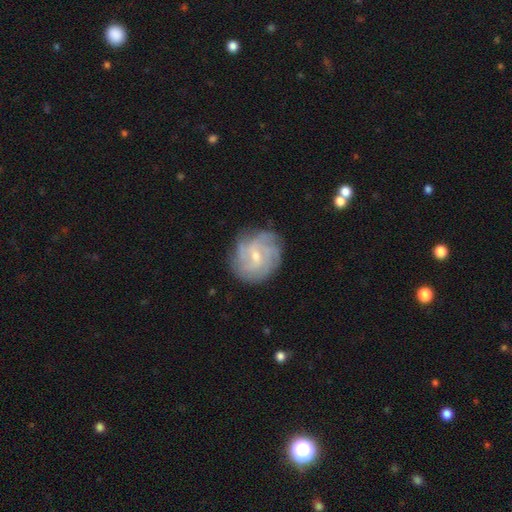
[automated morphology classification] smooth-or-featured: featured or disk: 79% | smooth: 14% | star or artifact: 7%
  disk-edge-on: no: 98% | yes: 2%
    bar: no: 48% | weak: 45% | strong: 7%
    has-spiral-arms: yes: 94% | no: 6%
      spiral-winding: tight: 55% | medium: 35% | loose: 11%
      spiral-arm-count: can't tell: 32% | 4: 28% | 3: 15% | more than 4: 11% | 2: 9% | 1: 6%
    bulge-size: small: 61% | moderate: 36% | none: 2% | large: 1% | dominant: 1%
  merging: none: 79% | minor disturbance: 15% | major disturbance: 5% | merger: 1%